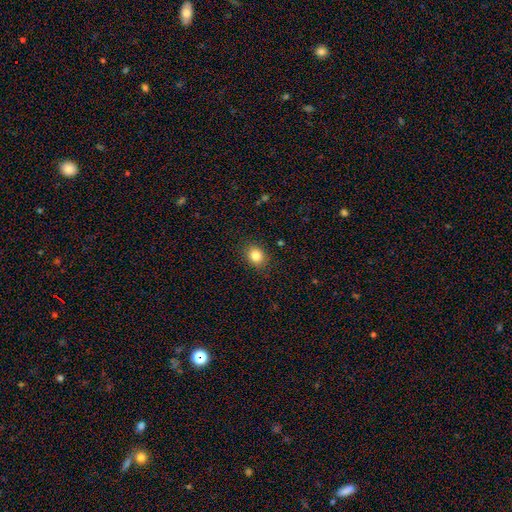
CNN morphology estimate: Smooth or featured? smooth (84%)
How rounded? round (52%)
Merging? none (86%)